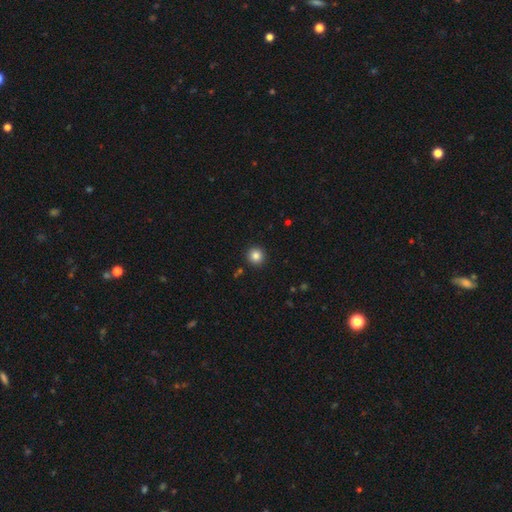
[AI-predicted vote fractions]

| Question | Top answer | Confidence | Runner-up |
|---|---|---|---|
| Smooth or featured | smooth | 84% | star or artifact (11%) |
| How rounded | round | 95% | in between (4%) |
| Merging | none | 92% | minor disturbance (5%) |